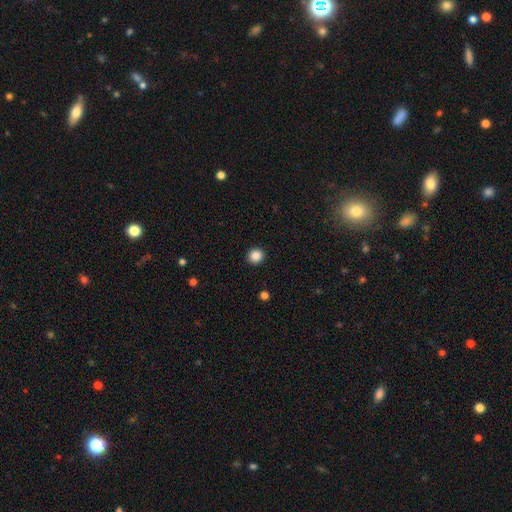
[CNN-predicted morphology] type=smooth (87%); roundness=round (90%); merging=none (92%).